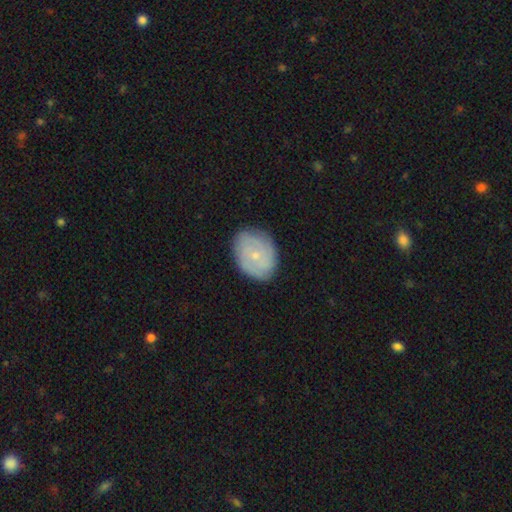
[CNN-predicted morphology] Q: Smooth or featured?
A: featured or disk (50%); runner-up: smooth (43%)
Q: Merging?
A: none (80%); runner-up: minor disturbance (15%)